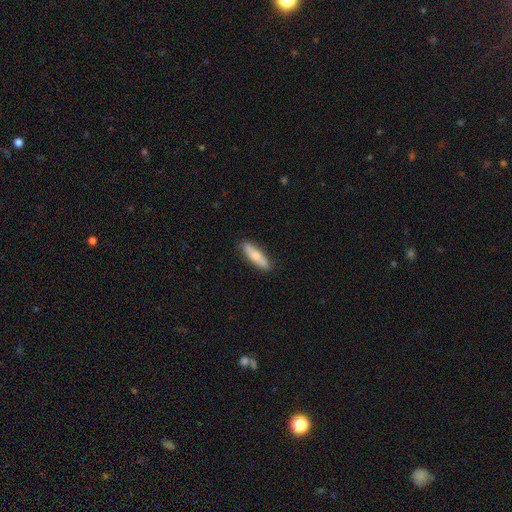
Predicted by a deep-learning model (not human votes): The model was most divided on "how rounded": cigar-shaped: 65%, in between: 33%, round: 2%. More confident: merging — none (87%); smooth or featured — smooth (68%).